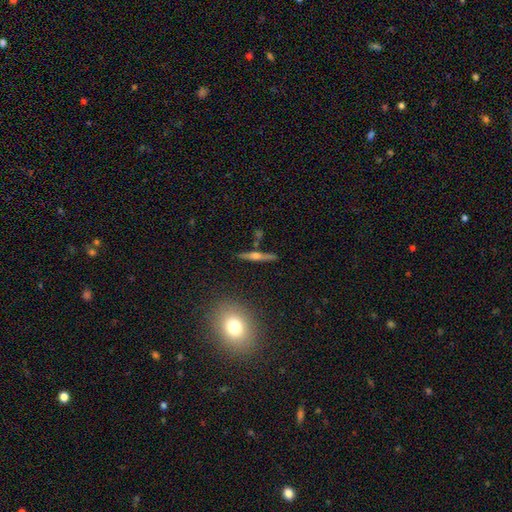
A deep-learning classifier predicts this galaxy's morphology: A featured or disk galaxy (59%) viewed edge-on (95%) with a rounded central bulge (85%). Merging: none (83%).